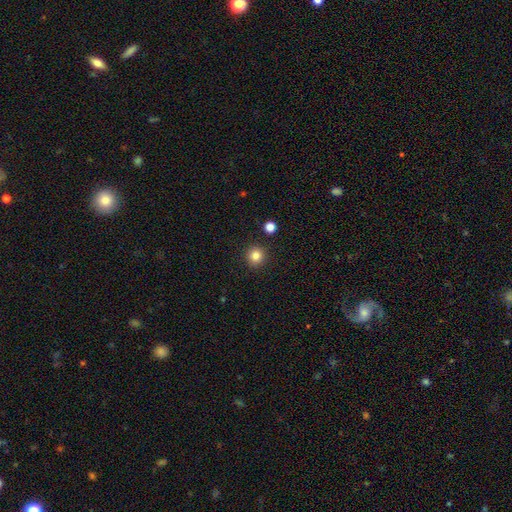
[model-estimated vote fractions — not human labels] A smooth galaxy with no disk features (83%) that is round (93%). Merging: none (91%).